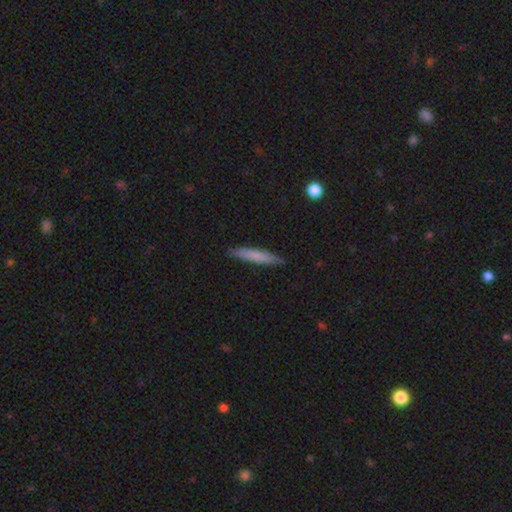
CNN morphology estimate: Smooth or featured: smooth — 73% (featured or disk — 21%)
How rounded: cigar-shaped — 93% (in between — 6%)
Merging: none — 89% (minor disturbance — 9%)